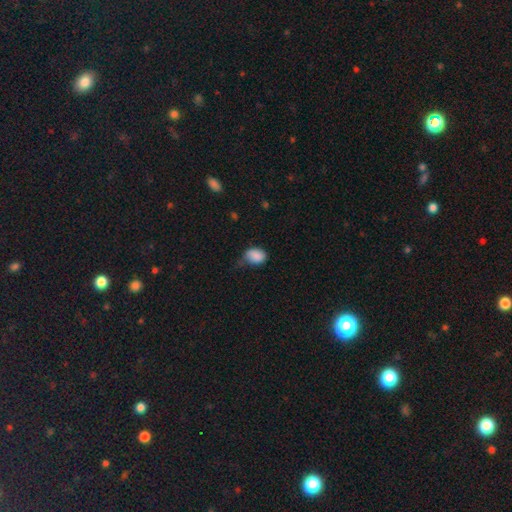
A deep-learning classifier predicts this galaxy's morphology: type=smooth (87%); roundness=in between (70%); merging=none (49%).